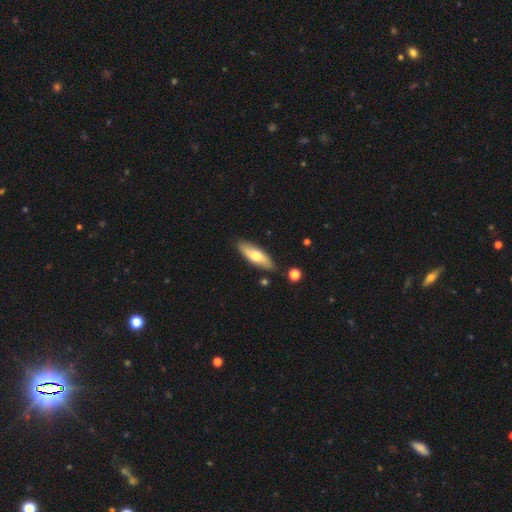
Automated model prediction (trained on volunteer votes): Smooth or featured? smooth (63%)
How rounded? in between (56%)
Merging? none (86%)